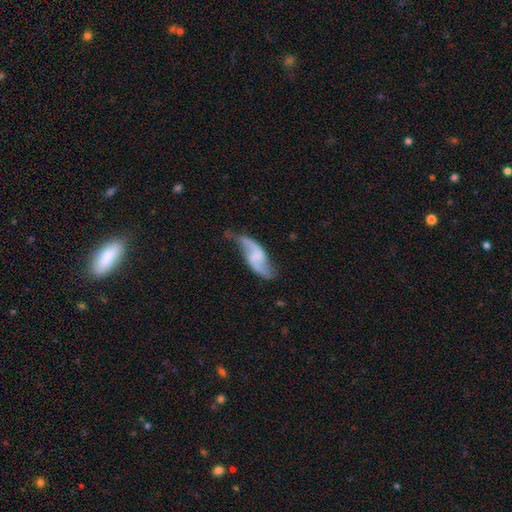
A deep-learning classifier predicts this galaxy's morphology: Smooth or featured: featured or disk — 83% (smooth — 11%)
Edge-on disk: no — 94% (yes — 6%)
Bar: weak — 43% (no — 38%)
Spiral arms: yes — 94% (no — 6%)
Spiral winding: loose — 78% (medium — 18%)
Spiral arm count: 2 — 92% (1 — 3%)
Bulge size: none — 58% (small — 24%)
Merging: none — 62% (minor disturbance — 23%)